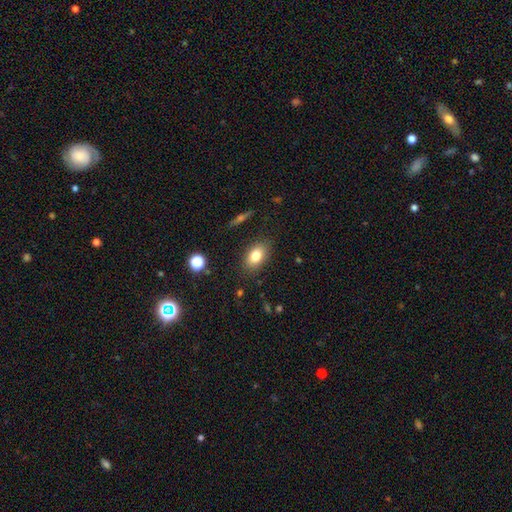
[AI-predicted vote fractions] Overall: smooth (78%). How rounded: in between (84%). Merging: none (84%).